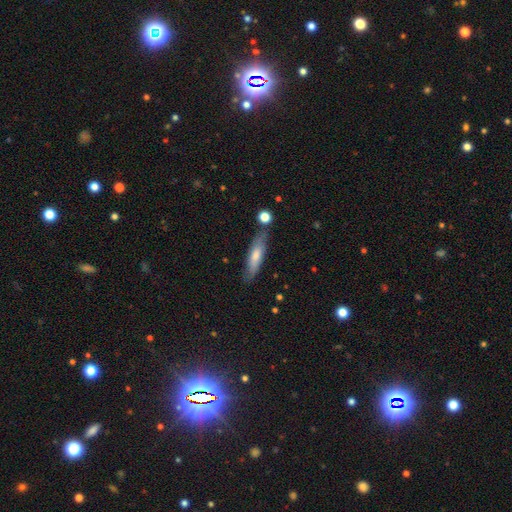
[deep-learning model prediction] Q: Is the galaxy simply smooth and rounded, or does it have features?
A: smooth — 61%.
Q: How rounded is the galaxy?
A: cigar-shaped — 66%.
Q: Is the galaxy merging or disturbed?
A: none — 72%.